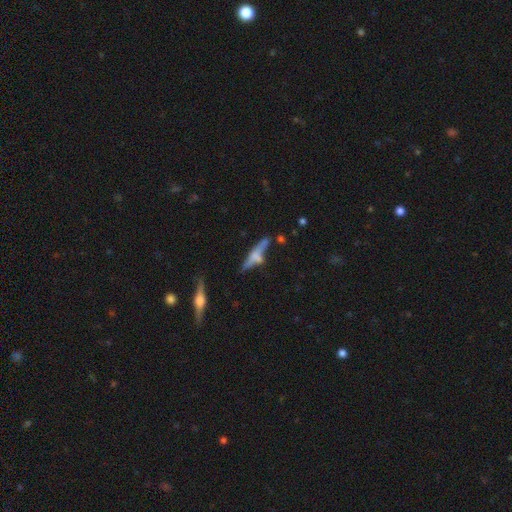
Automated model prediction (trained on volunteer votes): This appears to be a featured or disk galaxy (53%) viewed edge-on (87%). Merging: none (53%).